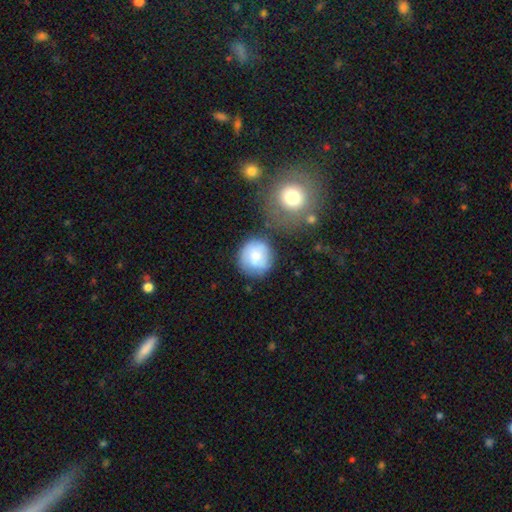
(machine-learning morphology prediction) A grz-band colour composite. It shows a smooth galaxy with no disk features (70%) that is round (90%). Merging: none (63%).